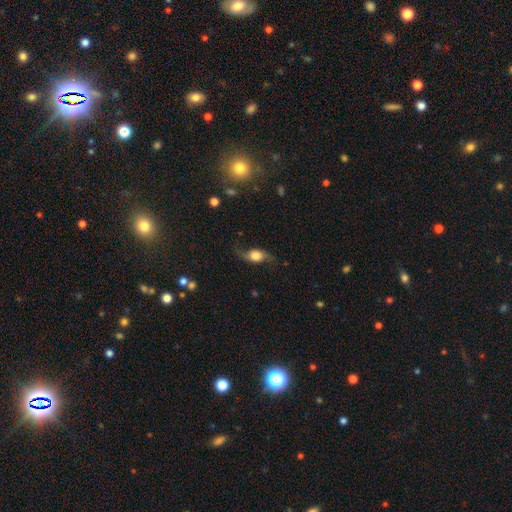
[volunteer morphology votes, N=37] This appears to be a featured or disk galaxy (62%) with no bar (81%), 2 (89%) loose (89%) spiral arms (90%) and a large central bulge (62%). Merging: none (66%).